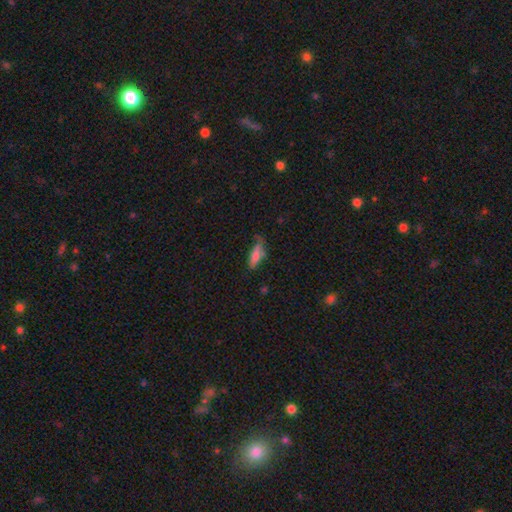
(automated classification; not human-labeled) The model was most divided on "merging": none: 47%, minor disturbance: 34%, major disturbance: 14%, merger: 5%. More confident: smooth or featured — smooth (75%); how rounded — in between (58%).